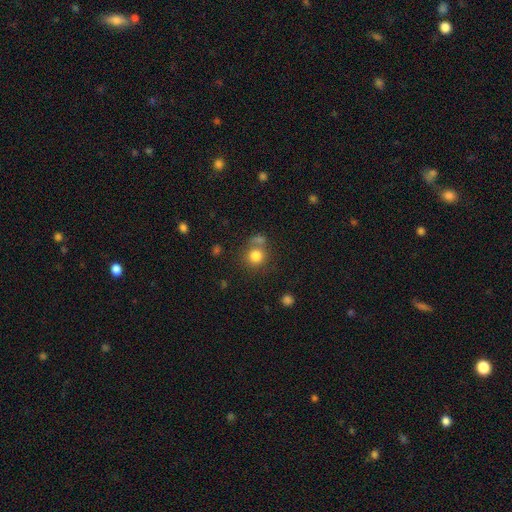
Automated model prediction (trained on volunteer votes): Smooth or featured? smooth (80%)
How rounded? round (89%)
Merging? none (62%)